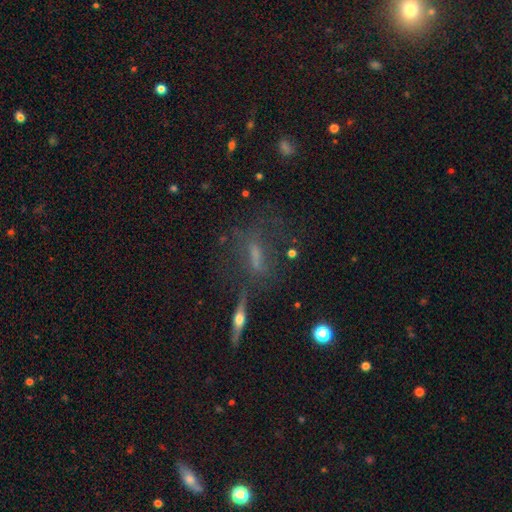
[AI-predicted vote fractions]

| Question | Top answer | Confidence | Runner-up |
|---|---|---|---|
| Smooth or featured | featured or disk | 49% | smooth (30%) |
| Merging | none | 57% | major disturbance (20%) |